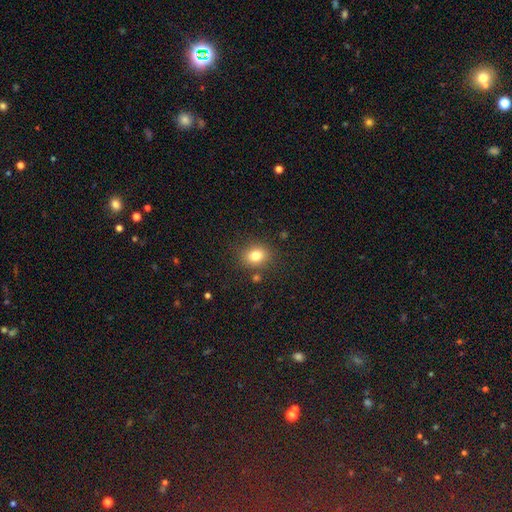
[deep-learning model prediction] A smooth galaxy with no disk features (80%) that is round (61%). Merging: none (82%).